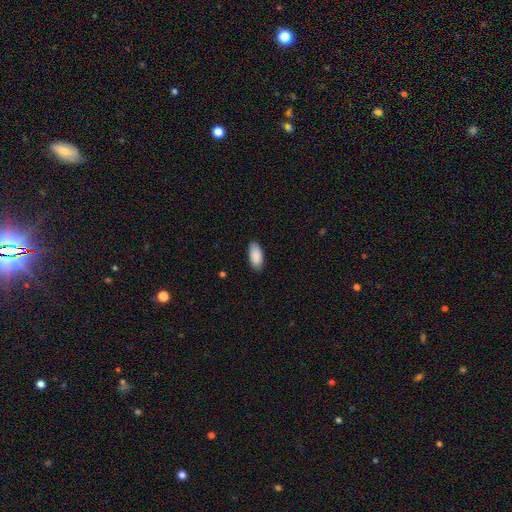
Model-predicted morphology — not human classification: A smooth galaxy with no disk features (90%) that is in between round and cigar-shaped (92%). Merging: none (86%).